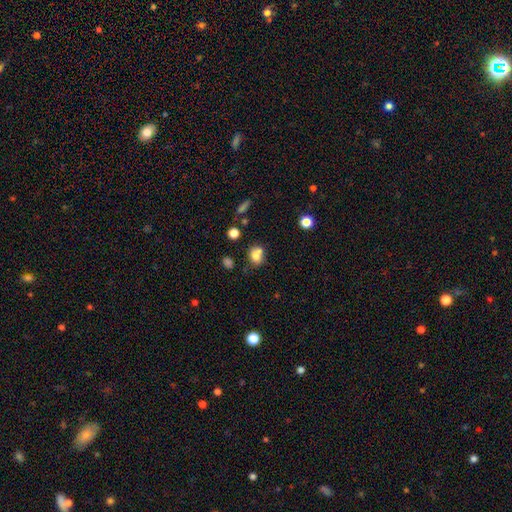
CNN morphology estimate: Smooth or featured: smooth — 76% (featured or disk — 12%)
How rounded: round — 54% (in between — 44%)
Merging: none — 43% (merger — 39%)